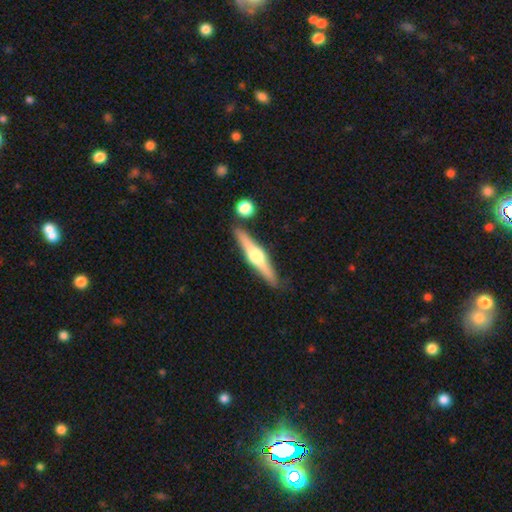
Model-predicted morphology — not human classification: A featured or disk galaxy (70%) viewed edge-on (97%) with a rounded central bulge (93%).

Vote fractions:
- Smooth or featured? featured or disk: 70% / smooth: 25% / star or artifact: 5%
- Edge-on disk? yes: 97% / no: 3%
- Edge-on bulge? rounded: 93% / boxy: 5% / none: 3%
- Merging? none: 84% / minor disturbance: 9% / merger: 5% / major disturbance: 2%